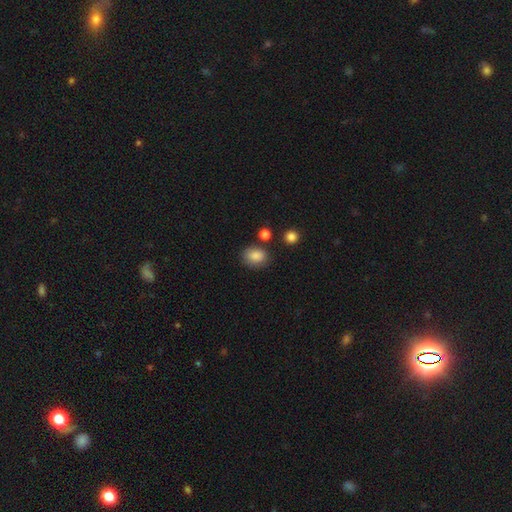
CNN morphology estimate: This appears to be a smooth galaxy with no disk features (86%) that is in between round and cigar-shaped (62%). Merging: none (74%).